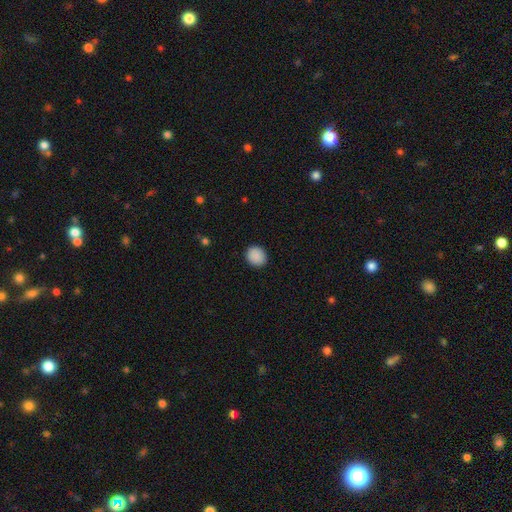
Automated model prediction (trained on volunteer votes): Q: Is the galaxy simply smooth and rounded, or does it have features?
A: smooth — 90%.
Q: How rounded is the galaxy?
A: round — 73%.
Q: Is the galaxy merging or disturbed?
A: none — 90%.